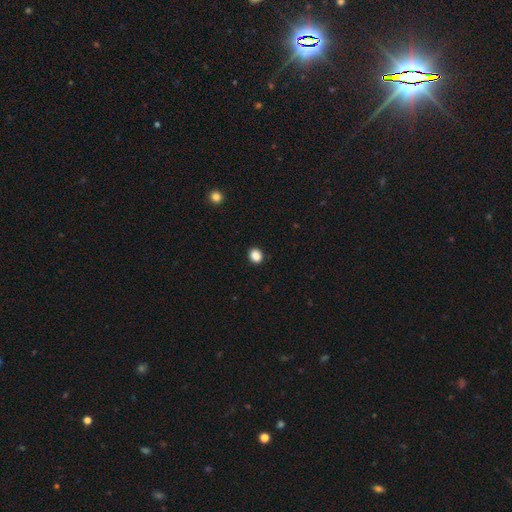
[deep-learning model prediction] A smooth galaxy with no disk features (88%) that is round (63%).

Vote fractions:
- Smooth or featured? smooth: 88% / star or artifact: 10% / featured or disk: 2%
- How rounded? round: 63% / in between: 37% / cigar-shaped: 1%
- Merging? none: 91% / minor disturbance: 6% / major disturbance: 2% / merger: 1%